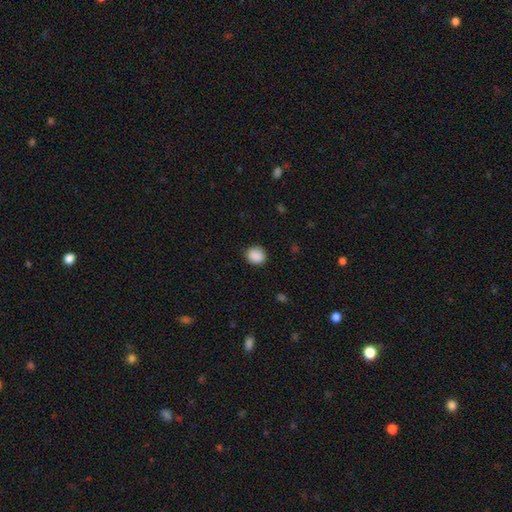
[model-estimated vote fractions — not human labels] smooth-or-featured: smooth: 89% | star or artifact: 8% | featured or disk: 2%
  how-rounded: round: 76% | in between: 23% | cigar-shaped: 1%
  merging: none: 88% | minor disturbance: 9% | major disturbance: 3% | merger: 1%